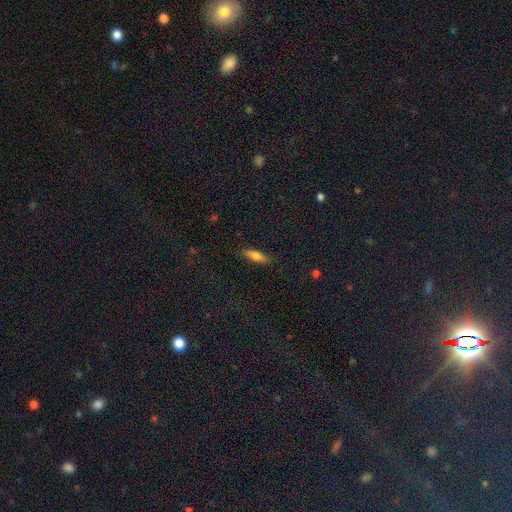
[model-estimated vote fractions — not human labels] The model was most divided on "how rounded": cigar-shaped: 56%, in between: 41%, round: 3%. More confident: merging — none (86%); smooth or featured — smooth (64%).